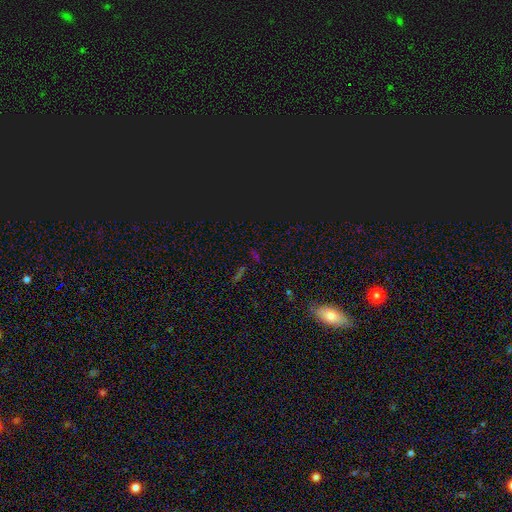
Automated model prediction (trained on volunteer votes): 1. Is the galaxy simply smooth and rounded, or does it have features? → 69% star or artifact, 20% smooth, 11% featured or disk.